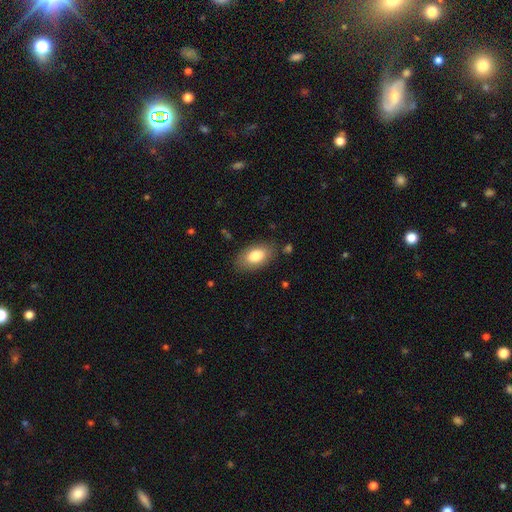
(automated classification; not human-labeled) Q: Smooth or featured?
A: smooth (80%); runner-up: featured or disk (13%)
Q: How rounded?
A: in between (92%); runner-up: round (6%)
Q: Merging?
A: none (82%); runner-up: minor disturbance (13%)